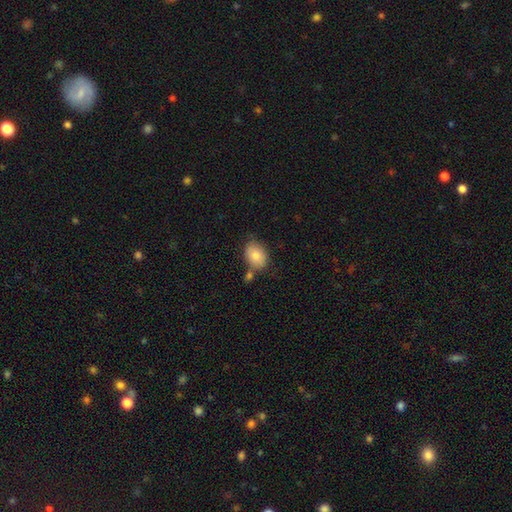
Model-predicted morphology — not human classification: Q: Smooth or featured?
A: smooth (83%); runner-up: featured or disk (9%)
Q: How rounded?
A: in between (74%); runner-up: round (25%)
Q: Merging?
A: none (65%); runner-up: minor disturbance (17%)